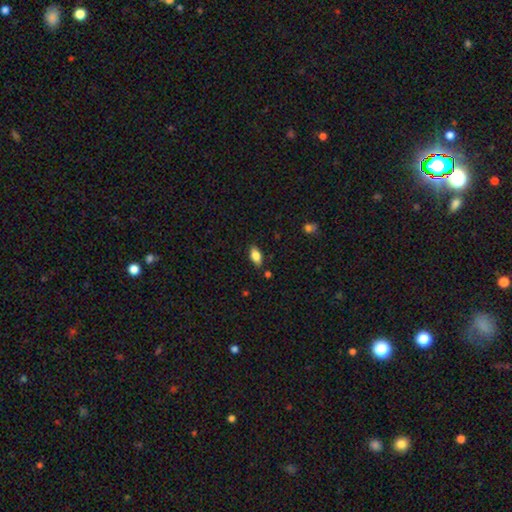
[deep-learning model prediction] Smooth or featured? smooth (82%)
How rounded? in between (89%)
Merging? none (83%)